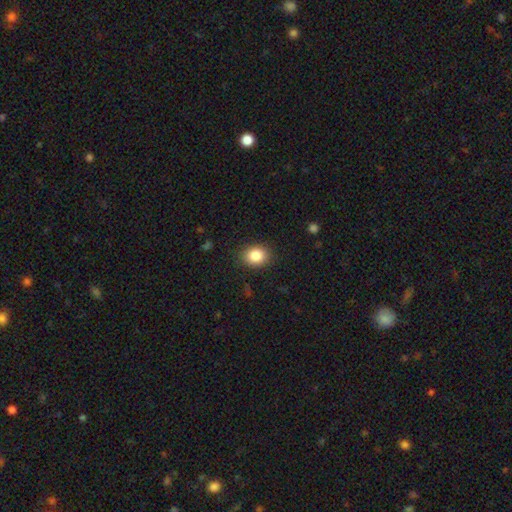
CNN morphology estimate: type=smooth (85%); roundness=round (53%); merging=none (88%).